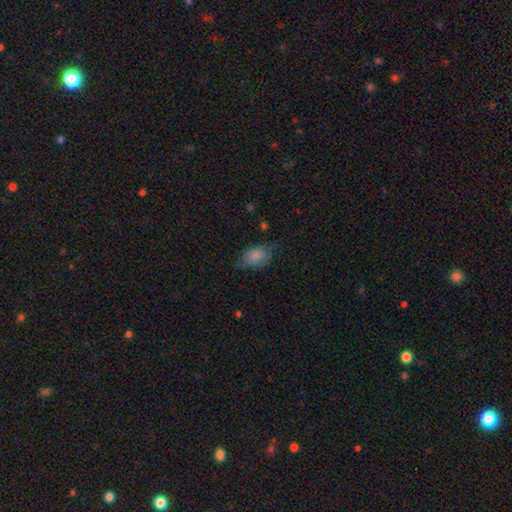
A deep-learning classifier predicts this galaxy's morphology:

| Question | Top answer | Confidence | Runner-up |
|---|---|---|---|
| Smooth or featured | smooth | 78% | featured or disk (14%) |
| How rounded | in between | 86% | round (13%) |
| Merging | none | 53% | minor disturbance (33%) |